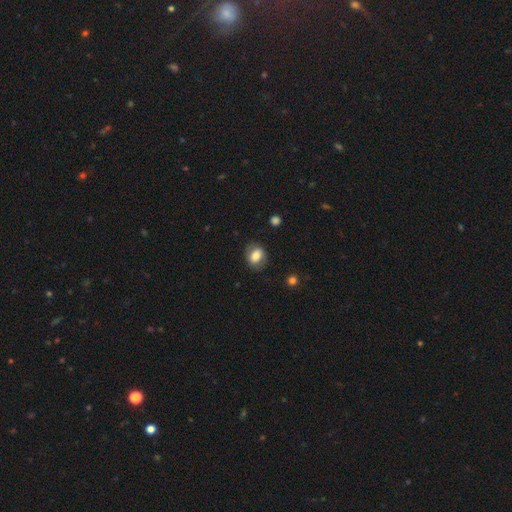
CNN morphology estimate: Smooth or featured? Predicted: smooth (p=0.72). How rounded? Predicted: in between (p=0.54). Merging? Predicted: none (p=0.76).